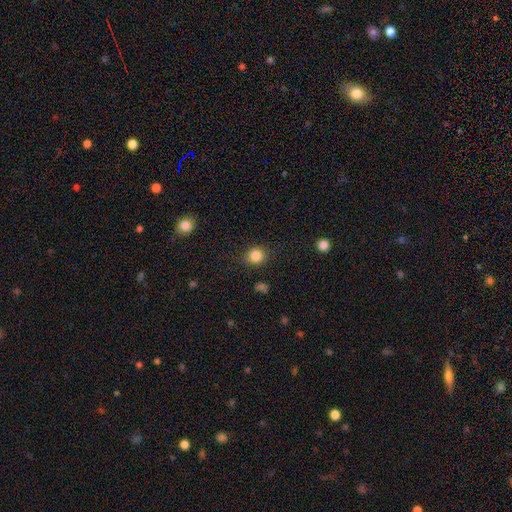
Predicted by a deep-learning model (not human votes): This appears to be a smooth galaxy with no disk features (85%) that is round (86%). Merging: none (86%).